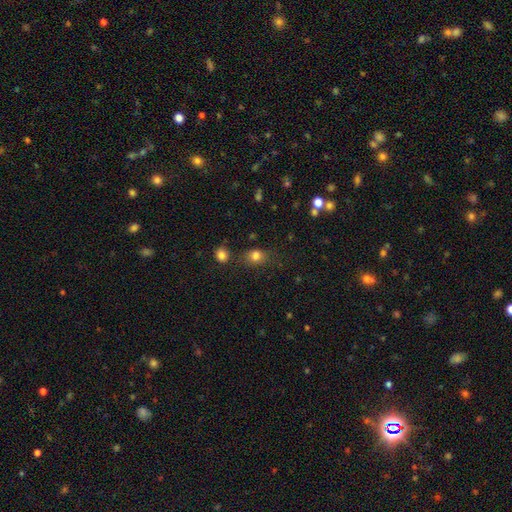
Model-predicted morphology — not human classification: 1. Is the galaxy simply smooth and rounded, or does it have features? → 80% smooth, 13% star or artifact, 7% featured or disk.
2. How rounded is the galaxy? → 51% in between, 48% round, 2% cigar-shaped.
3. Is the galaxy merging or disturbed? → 68% none, 18% minor disturbance, 7% merger, 6% major disturbance.